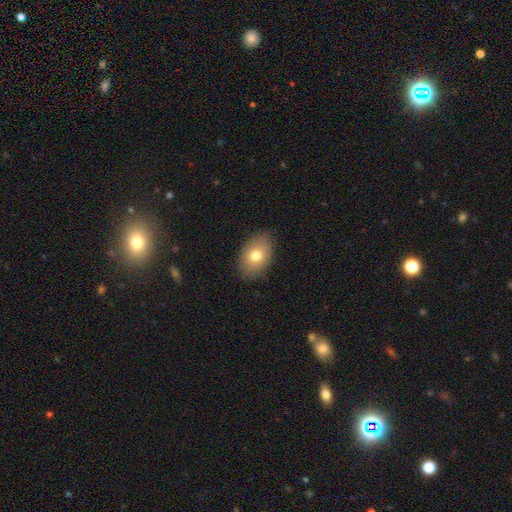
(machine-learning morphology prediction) Smooth or featured? Predicted: smooth (p=0.75). How rounded? Predicted: in between (p=0.84). Merging? Predicted: none (p=0.83).